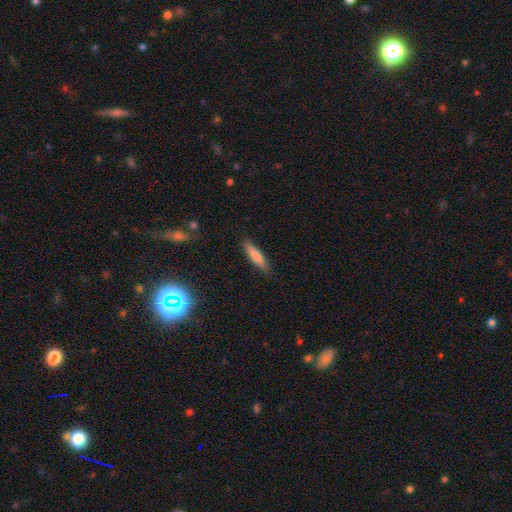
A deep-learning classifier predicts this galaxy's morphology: smooth_or_featured: smooth (p=0.77) [alt: featured or disk p=0.17]
how_rounded: cigar-shaped (p=0.75) [alt: in between p=0.23]
merging: none (p=0.86) [alt: minor disturbance p=0.11]